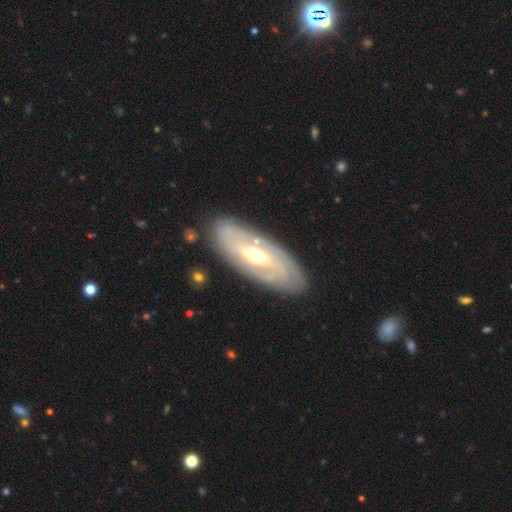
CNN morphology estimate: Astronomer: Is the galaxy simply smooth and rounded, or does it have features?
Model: featured or disk — 79%.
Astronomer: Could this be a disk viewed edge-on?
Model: no — 88%.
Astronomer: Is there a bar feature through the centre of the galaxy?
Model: weak — 41% (runner-up: no, 34%).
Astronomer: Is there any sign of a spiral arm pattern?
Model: yes — 84%.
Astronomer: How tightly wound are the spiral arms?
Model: tight — 58%.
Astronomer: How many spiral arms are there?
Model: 2 — 42% (runner-up: can't tell, 37%).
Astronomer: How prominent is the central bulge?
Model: moderate — 66%.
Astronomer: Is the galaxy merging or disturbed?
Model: none — 83%.